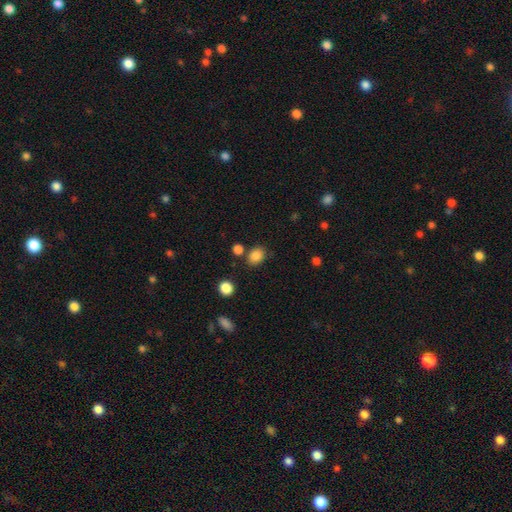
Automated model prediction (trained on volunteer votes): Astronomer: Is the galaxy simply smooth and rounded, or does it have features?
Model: smooth — 85%.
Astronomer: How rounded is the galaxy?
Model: round — 51% (runner-up: in between, 48%).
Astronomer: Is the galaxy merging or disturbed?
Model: none — 75%.